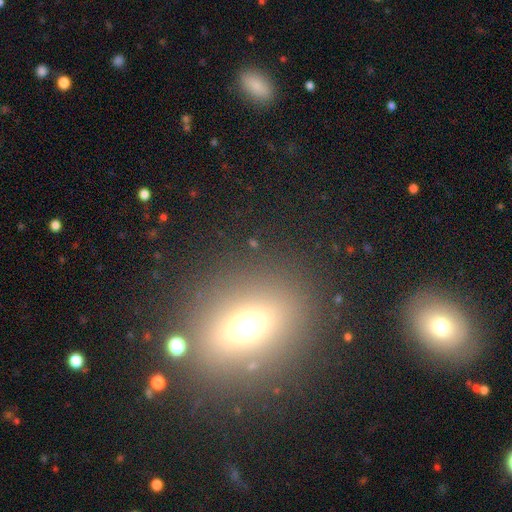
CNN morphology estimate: Q: Smooth or featured?
A: smooth (56%); runner-up: star or artifact (22%)
Q: How rounded?
A: in between (66%); runner-up: round (26%)
Q: Merging?
A: none (82%); runner-up: minor disturbance (9%)